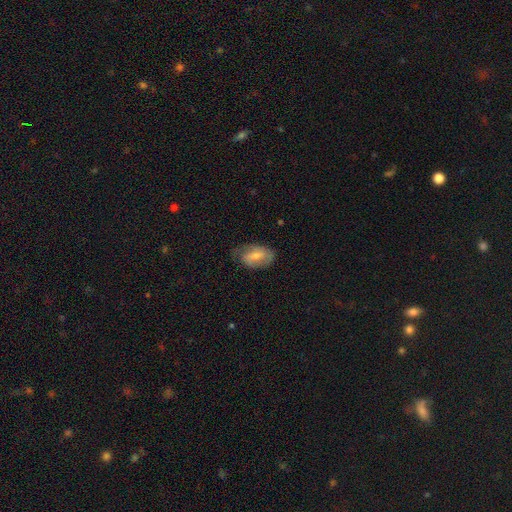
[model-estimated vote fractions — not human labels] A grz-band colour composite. It shows a smooth galaxy with no disk features (49%). Merging: none (59%).